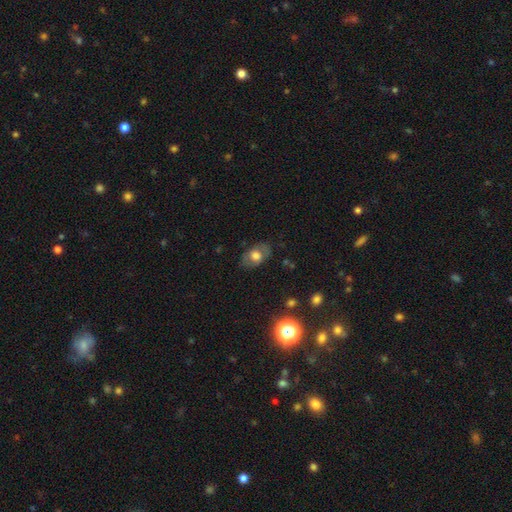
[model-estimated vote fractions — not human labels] Morphology: type=smooth (59%); roundness=in between (84%); merging=none (79%).